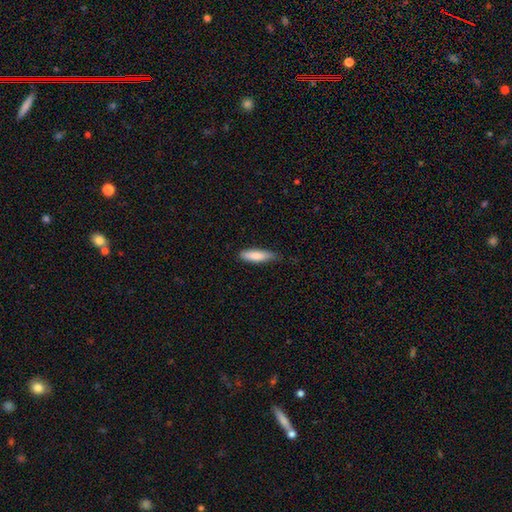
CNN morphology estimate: A smooth galaxy with no disk features (82%) that is cigar-shaped (57%).

Vote fractions:
- Smooth or featured? smooth: 82% / featured or disk: 12% / star or artifact: 6%
- How rounded? cigar-shaped: 57% / in between: 41% / round: 2%
- Merging? none: 63% / minor disturbance: 31% / major disturbance: 4% / merger: 1%